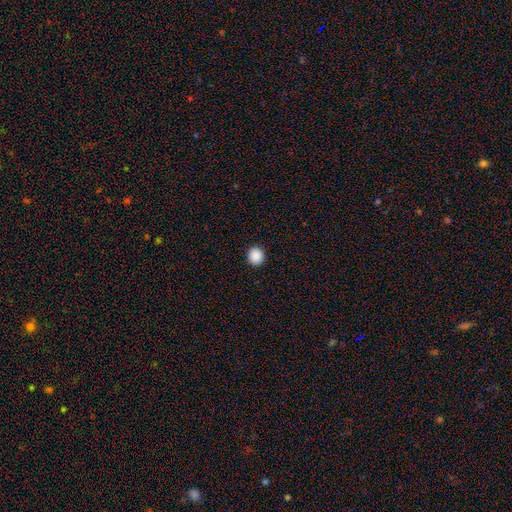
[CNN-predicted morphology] smooth-or-featured: smooth: 89% | star or artifact: 8% | featured or disk: 2%
  how-rounded: round: 87% | in between: 12% | cigar-shaped: 1%
  merging: none: 93% | minor disturbance: 5% | major disturbance: 2% | merger: 1%